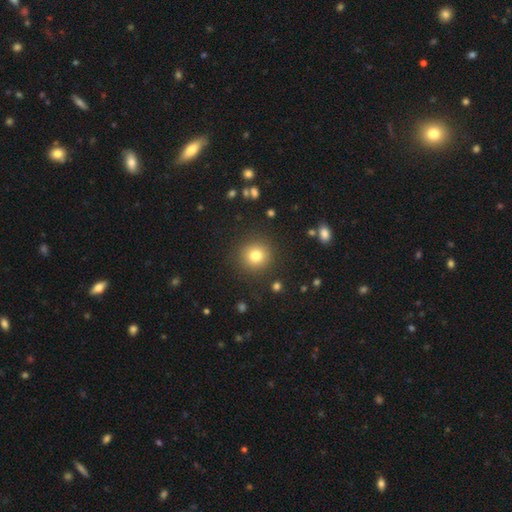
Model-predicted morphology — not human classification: Smooth or featured?
  - smooth: 79% *
  - star or artifact: 13%
  - featured or disk: 8%
How rounded?
  - round: 94% *
  - in between: 5%
  - cigar-shaped: 1%
Merging?
  - none: 90% *
  - minor disturbance: 6%
  - major disturbance: 3%
  - merger: 1%